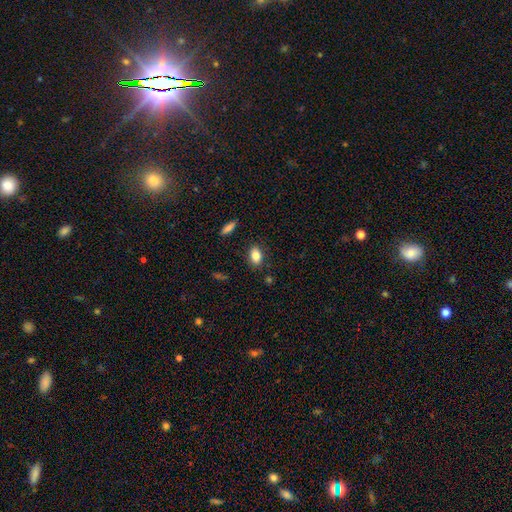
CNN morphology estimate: Overall: smooth (83%). How rounded: in between (85%). Merging: none (86%).